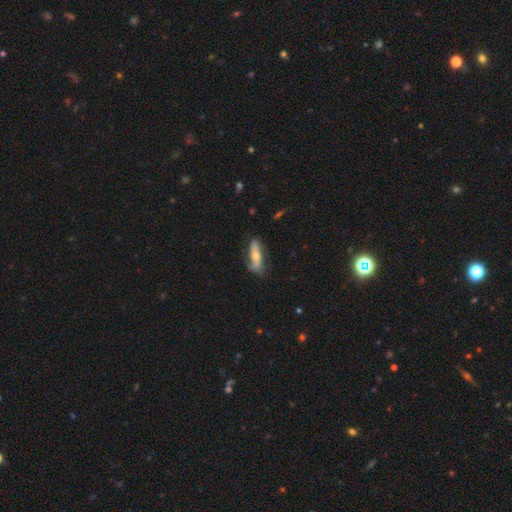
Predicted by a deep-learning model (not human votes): This is possibly a featured or disk galaxy (52%). It is likely not viewed edge-on (64%). Merging: likely none (61%).